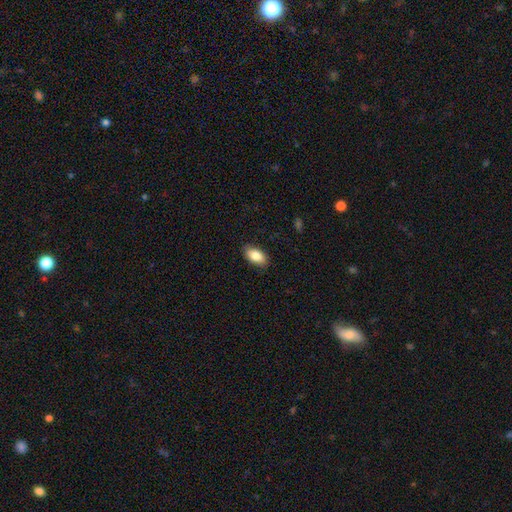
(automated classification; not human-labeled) smooth-or-featured: smooth: 85% | featured or disk: 8% | star or artifact: 7%
  how-rounded: in between: 93% | round: 4% | cigar-shaped: 3%
  merging: none: 87% | minor disturbance: 10% | major disturbance: 2% | merger: 1%